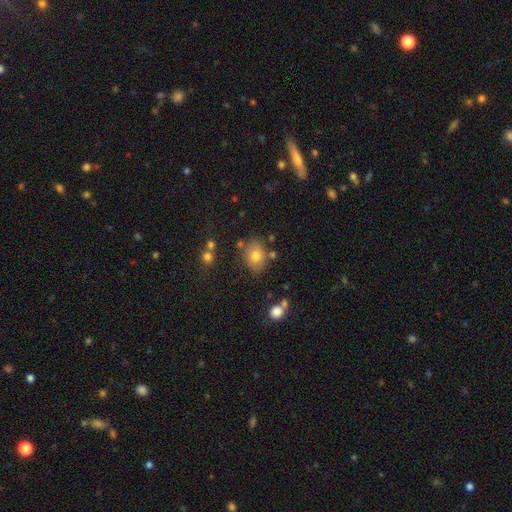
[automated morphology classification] Overall: smooth (76%). How rounded: in between (58%; round 41%). Merging: none (75%).